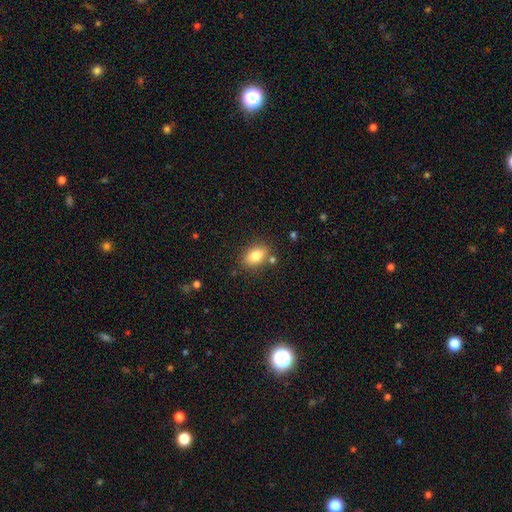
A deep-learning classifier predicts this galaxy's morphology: A smooth galaxy with no disk features (82%) that is in between round and cigar-shaped (85%).

Vote fractions:
- Smooth or featured? smooth: 82% / featured or disk: 10% / star or artifact: 8%
- How rounded? in between: 85% / round: 12% / cigar-shaped: 3%
- Merging? none: 80% / minor disturbance: 11% / merger: 6% / major disturbance: 3%